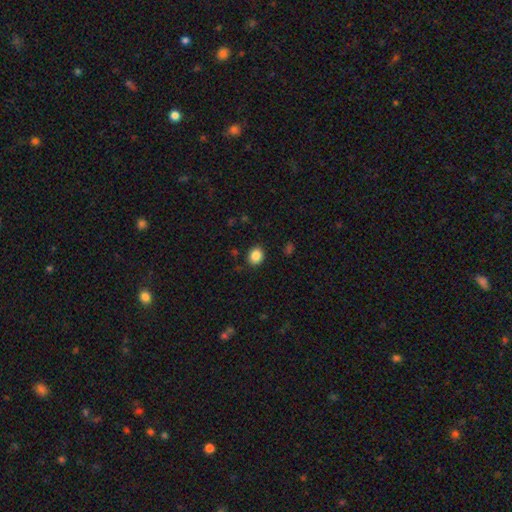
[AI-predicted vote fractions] smooth-or-featured: smooth: 86% | star or artifact: 10% | featured or disk: 4%
  how-rounded: round: 64% | in between: 35% | cigar-shaped: 1%
  merging: none: 89% | minor disturbance: 8% | major disturbance: 2% | merger: 1%